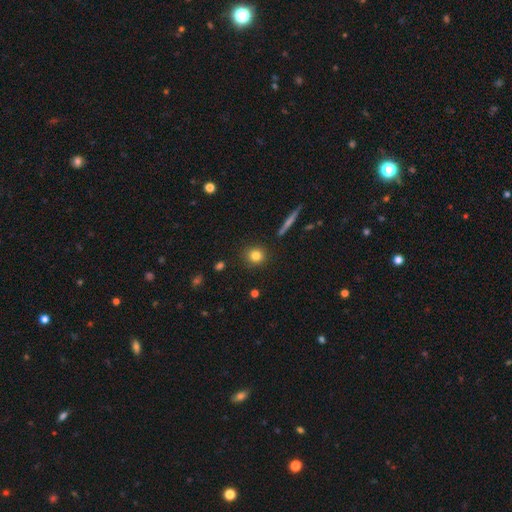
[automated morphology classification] smooth-or-featured: smooth: 81% | star or artifact: 11% | featured or disk: 8%
  how-rounded: round: 88% | in between: 10% | cigar-shaped: 2%
  merging: none: 88% | minor disturbance: 7% | major disturbance: 2% | merger: 2%